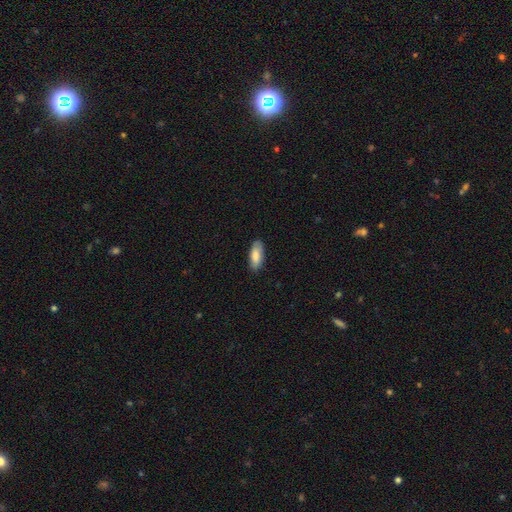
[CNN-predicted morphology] Overall: smooth (83%). How rounded: in between (80%). Merging: none (84%).